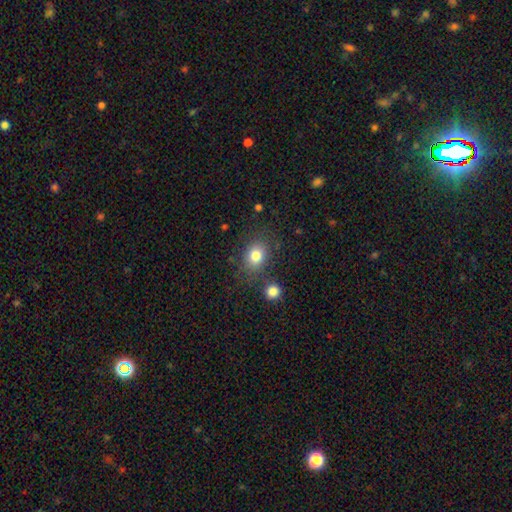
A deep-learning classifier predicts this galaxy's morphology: This appears to be a smooth galaxy with no disk features (81%) that is round (52%). Merging: none (75%).